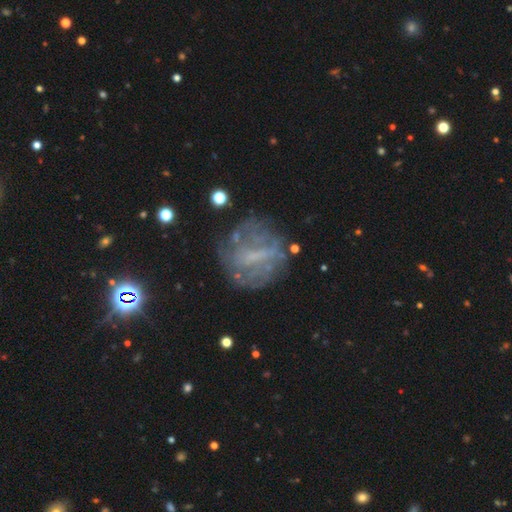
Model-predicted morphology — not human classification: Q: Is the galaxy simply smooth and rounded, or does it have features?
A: featured or disk — 59%.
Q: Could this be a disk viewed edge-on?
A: no — 95%.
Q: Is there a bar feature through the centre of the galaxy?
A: no — 39%, tied with weak.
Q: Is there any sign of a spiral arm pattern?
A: no — 65%.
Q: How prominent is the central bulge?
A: none — 53%.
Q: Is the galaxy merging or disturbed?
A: none — 62%.